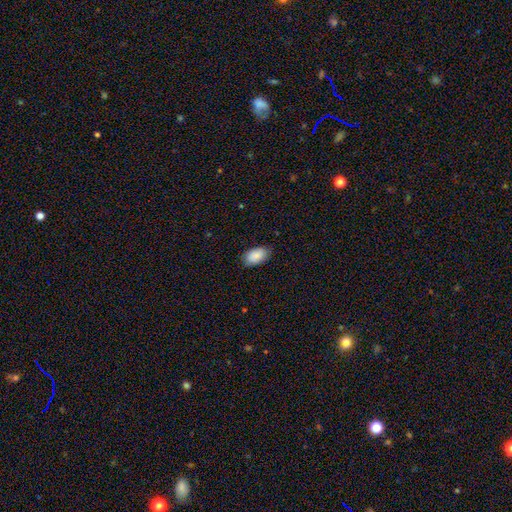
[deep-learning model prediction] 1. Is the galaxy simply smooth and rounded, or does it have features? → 87% smooth, 6% featured or disk, 6% star or artifact.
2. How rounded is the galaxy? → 94% in between, 5% round, 2% cigar-shaped.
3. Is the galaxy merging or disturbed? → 79% none, 17% minor disturbance, 3% major disturbance, 1% merger.